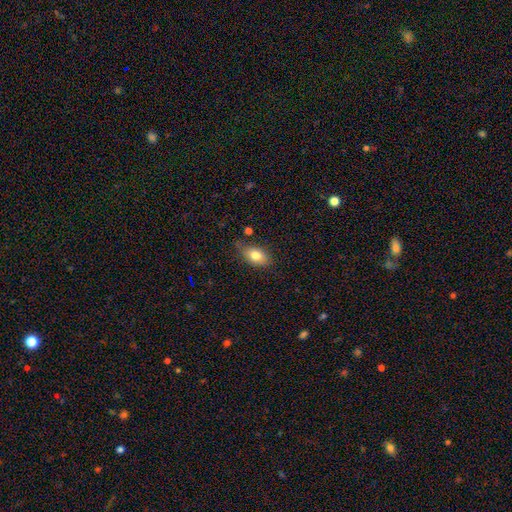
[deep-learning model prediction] Smooth or featured? Predicted: smooth (p=0.80). How rounded? Predicted: in between (p=0.87). Merging? Predicted: none (p=0.72).